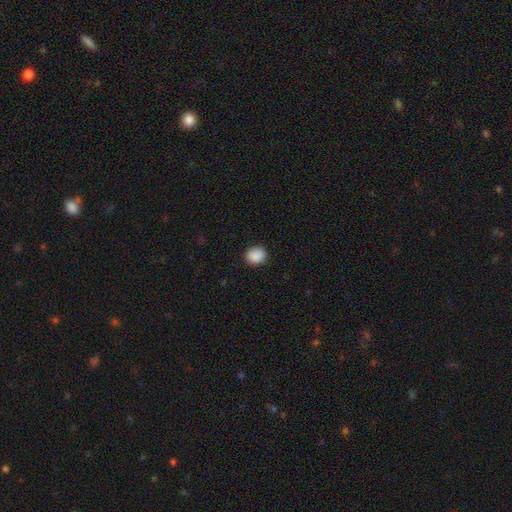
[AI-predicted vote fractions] Overall: smooth (89%). How rounded: round (70%). Merging: none (88%).